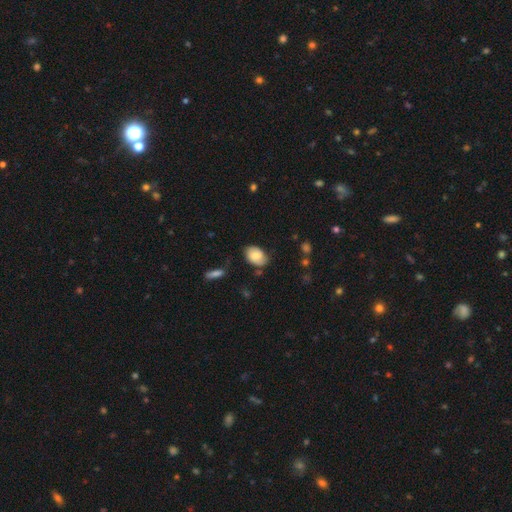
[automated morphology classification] smooth-or-featured: smooth: 66% | featured or disk: 26% | star or artifact: 7%
  how-rounded: in between: 85% | round: 14% | cigar-shaped: 1%
  merging: none: 65% | minor disturbance: 25% | major disturbance: 7% | merger: 3%